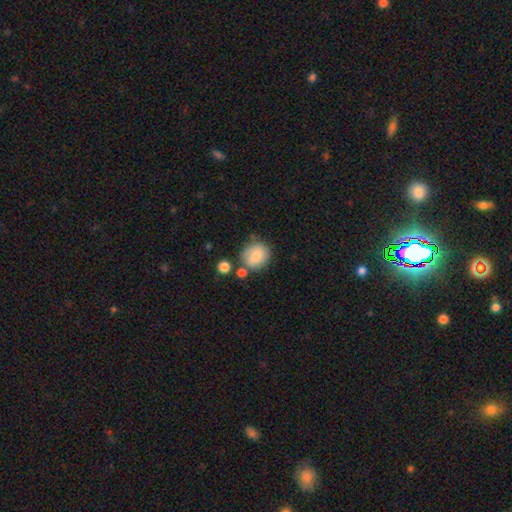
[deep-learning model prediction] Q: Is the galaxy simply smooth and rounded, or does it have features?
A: smooth — 77%.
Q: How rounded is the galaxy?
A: round — 68%.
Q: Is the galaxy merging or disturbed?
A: none — 62%.